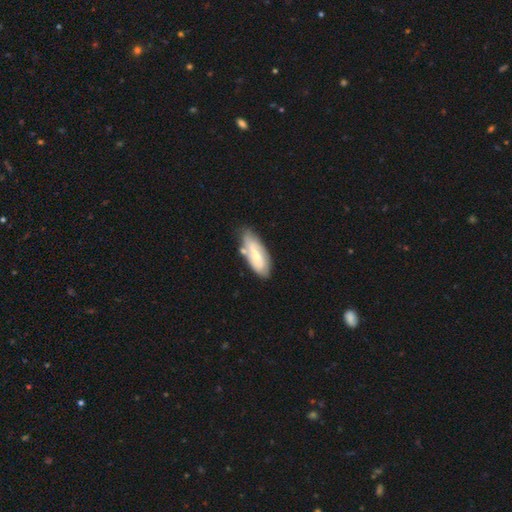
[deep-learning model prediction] A smooth galaxy with no disk features (48%). Merging: none (58%).